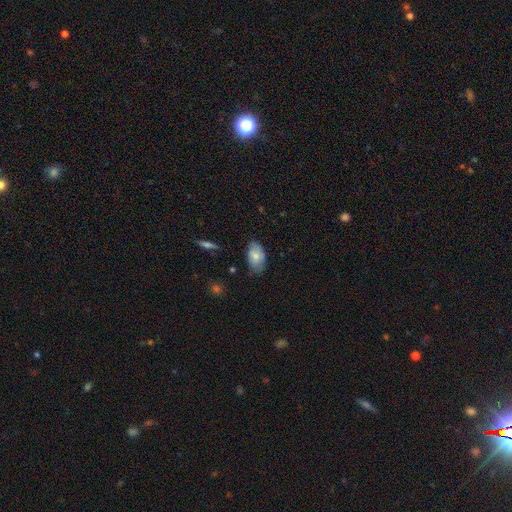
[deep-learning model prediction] Smooth or featured? Predicted: smooth (p=0.77). How rounded? Predicted: in between (p=0.93). Merging? Predicted: none (p=0.70).